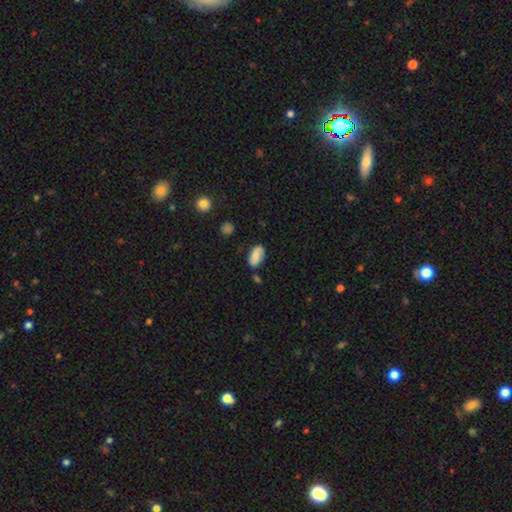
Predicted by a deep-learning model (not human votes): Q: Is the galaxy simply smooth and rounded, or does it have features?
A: smooth — 64%.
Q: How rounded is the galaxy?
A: in between — 93%.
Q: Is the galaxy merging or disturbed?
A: none — 71%.